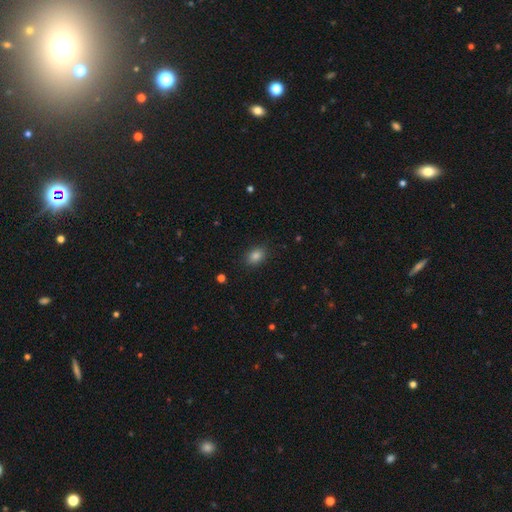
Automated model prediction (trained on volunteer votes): Smooth or featured? Predicted: smooth (p=0.83). How rounded? Predicted: in between (p=0.71). Merging? Predicted: none (p=0.87).